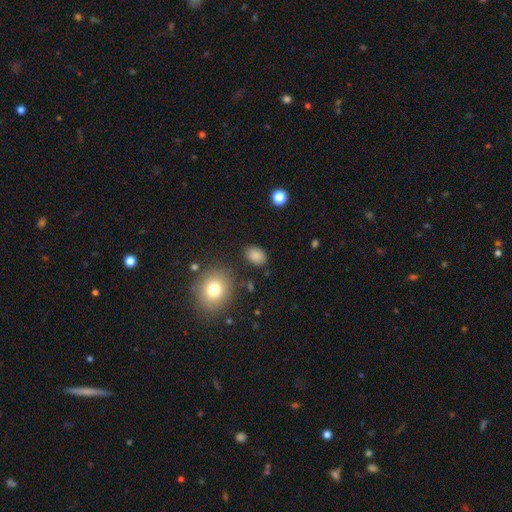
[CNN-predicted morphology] Smooth or featured: smooth — 85% (star or artifact — 10%)
How rounded: in between — 78% (round — 21%)
Merging: none — 84% (minor disturbance — 10%)